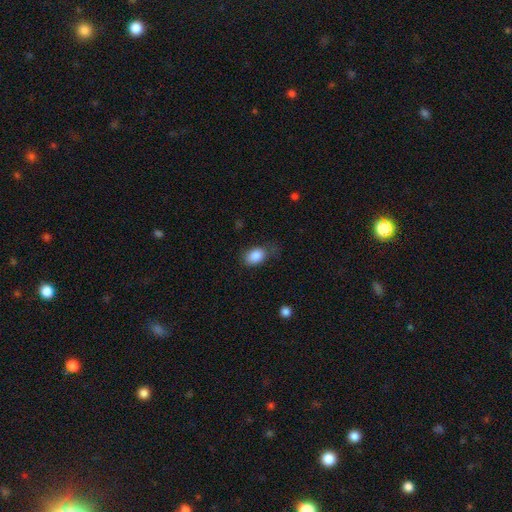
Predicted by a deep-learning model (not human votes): Smooth or featured? Predicted: smooth (p=0.86). How rounded? Predicted: in between (p=0.83). Merging? Predicted: none (p=0.60).